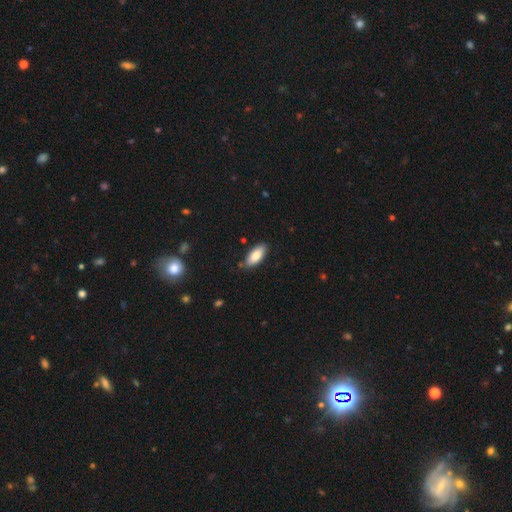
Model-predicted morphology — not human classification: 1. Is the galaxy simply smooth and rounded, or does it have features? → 83% smooth, 10% featured or disk, 6% star or artifact.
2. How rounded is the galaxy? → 84% in between, 14% cigar-shaped, 2% round.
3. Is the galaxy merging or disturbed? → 82% none, 14% minor disturbance, 2% major disturbance, 2% merger.